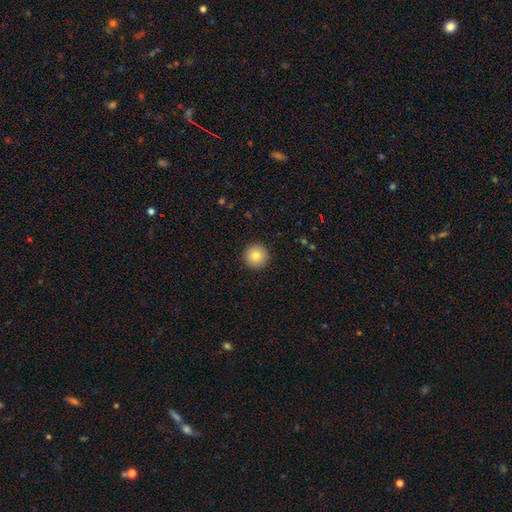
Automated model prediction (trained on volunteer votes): Smooth or featured: smooth — 83% (star or artifact — 9%)
How rounded: round — 96% (in between — 3%)
Merging: none — 93% (minor disturbance — 5%)